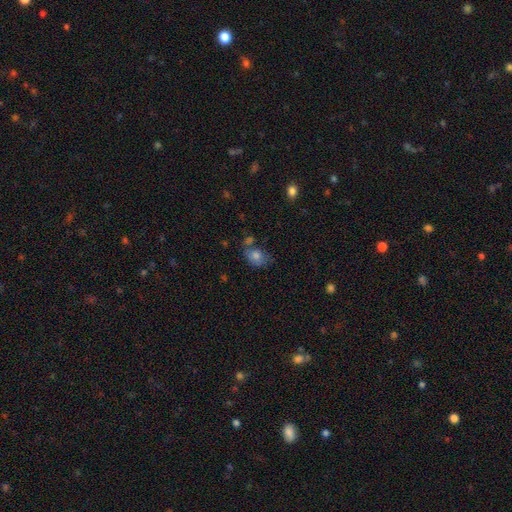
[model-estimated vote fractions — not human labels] Smooth or featured? smooth (75%)
How rounded? in between (67%)
Merging? none (45%)